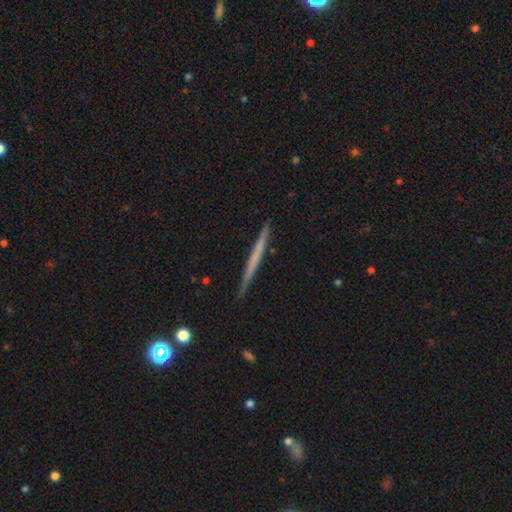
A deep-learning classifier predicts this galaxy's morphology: This appears to be a featured or disk galaxy (49%). Merging: none (91%).